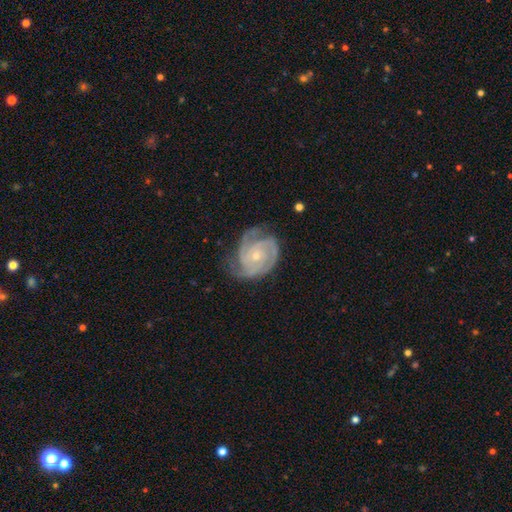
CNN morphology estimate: type=featured or disk (90%); edge-on=no (98%); bar=no (74%); spiral arms=yes (98%); winding=tight (67%); arm count=3 (52%); bulge=small (69%); merging=none (70%).